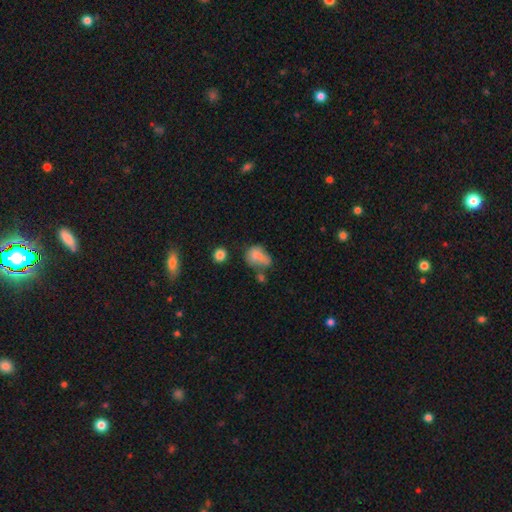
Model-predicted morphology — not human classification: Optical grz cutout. It shows a smooth galaxy with no disk features (69%) that is in between round and cigar-shaped (75%). Merging: none (28%).